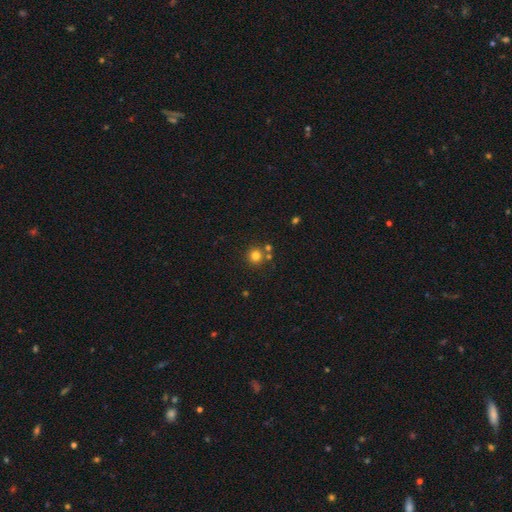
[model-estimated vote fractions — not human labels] Smooth or featured?
  - smooth: 78% *
  - star or artifact: 15%
  - featured or disk: 7%
How rounded?
  - round: 93% *
  - in between: 6%
  - cigar-shaped: 1%
Merging?
  - none: 74% *
  - merger: 15%
  - minor disturbance: 8%
  - major disturbance: 3%